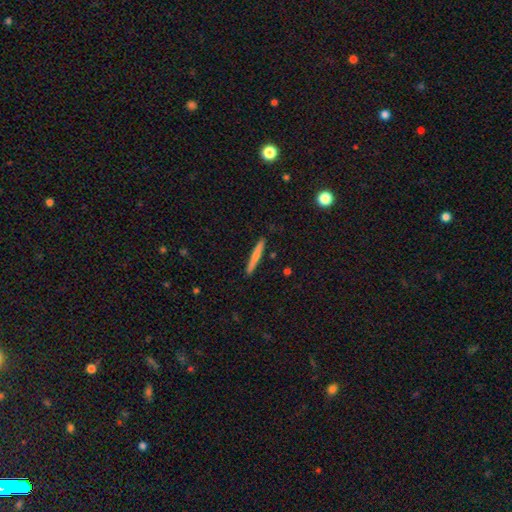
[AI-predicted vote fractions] Smooth or featured?
  - smooth: 67% *
  - featured or disk: 28%
  - star or artifact: 5%
How rounded?
  - cigar-shaped: 96% *
  - in between: 3%
  - round: 1%
Merging?
  - none: 89% *
  - minor disturbance: 8%
  - merger: 1%
  - major disturbance: 1%